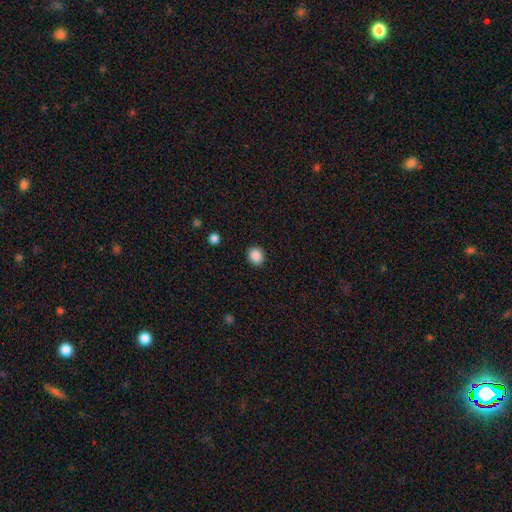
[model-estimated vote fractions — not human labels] Morphology: type=smooth (88%); roundness=round (77%); merging=none (90%).